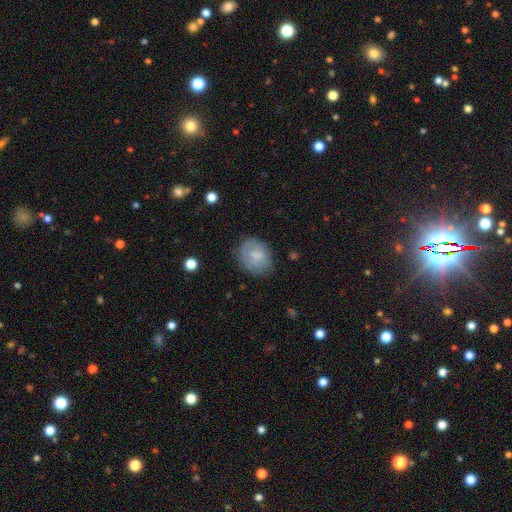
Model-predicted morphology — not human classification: type=smooth (74%); roundness=in between (50%); merging=none (72%).